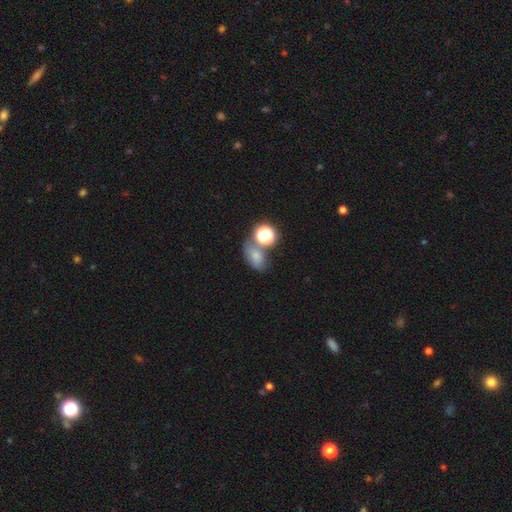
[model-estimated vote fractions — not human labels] The model was most divided on "merging": none: 50%, merger: 26%, minor disturbance: 17%, major disturbance: 8%. More confident: how rounded — in between (73%); smooth or featured — smooth (68%).